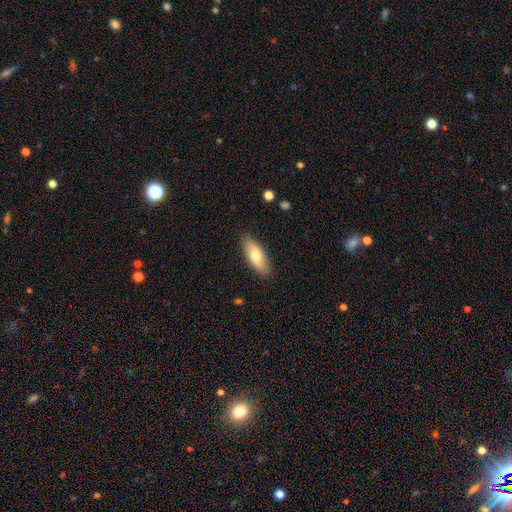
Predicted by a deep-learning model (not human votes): Overall: smooth (73%). How rounded: in between (74%). Merging: none (87%).